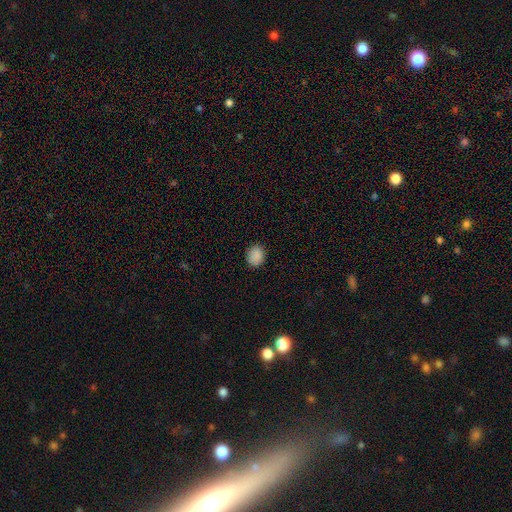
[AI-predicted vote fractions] Morphology: type=smooth (87%); roundness=round (55%); merging=none (86%).